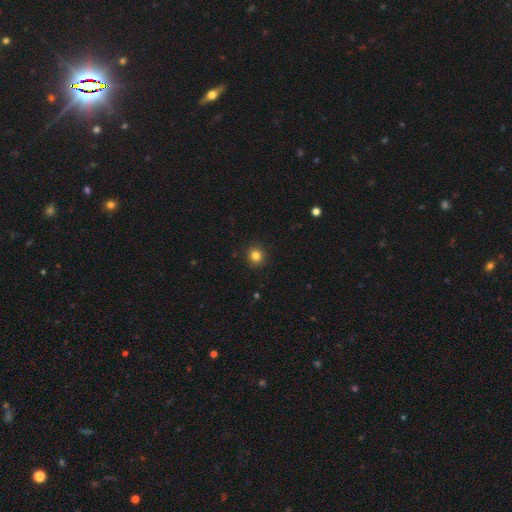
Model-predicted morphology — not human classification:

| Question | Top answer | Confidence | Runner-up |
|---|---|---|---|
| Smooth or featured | smooth | 83% | star or artifact (13%) |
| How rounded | round | 92% | in between (7%) |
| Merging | none | 92% | minor disturbance (5%) |